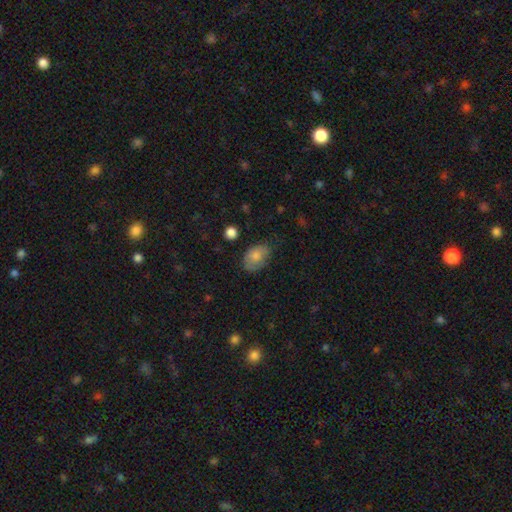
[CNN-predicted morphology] smooth 73%, featured or disk 19%, star or artifact 8%. Down the decision tree: how rounded — in between (83%); merging — none (59%).